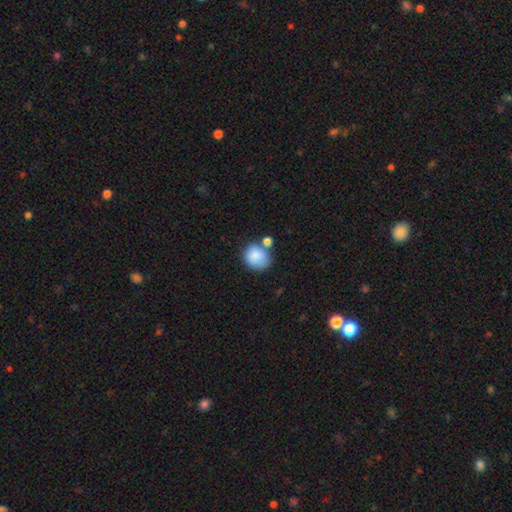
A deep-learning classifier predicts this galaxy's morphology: A smooth galaxy with no disk features (85%) that is round (68%).

Vote fractions:
- Smooth or featured? smooth: 85% / star or artifact: 8% / featured or disk: 7%
- How rounded? round: 68% / in between: 31% / cigar-shaped: 1%
- Merging? none: 54% / merger: 22% / minor disturbance: 18% / major disturbance: 6%